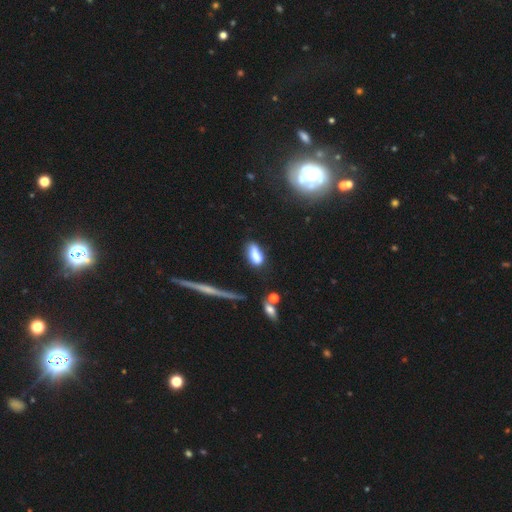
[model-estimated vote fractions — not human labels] Overall: smooth (77%). How rounded: in between (81%). Merging: none (51%; minor disturbance 27%).